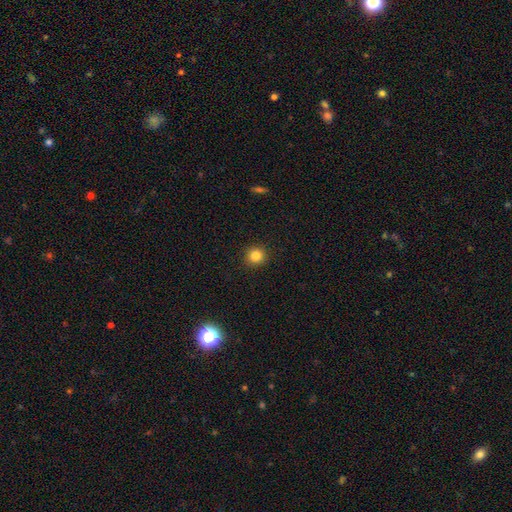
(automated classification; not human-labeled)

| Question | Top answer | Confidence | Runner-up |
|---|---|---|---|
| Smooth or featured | smooth | 83% | star or artifact (12%) |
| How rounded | round | 93% | in between (6%) |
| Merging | none | 92% | minor disturbance (5%) |